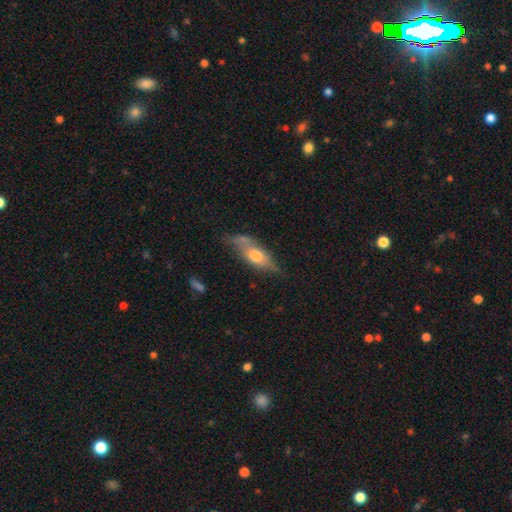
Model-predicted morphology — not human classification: The model was most divided on "smooth or featured": smooth: 52%, featured or disk: 41%, star or artifact: 7%. More confident: how rounded — in between (67%); merging — none (52%).